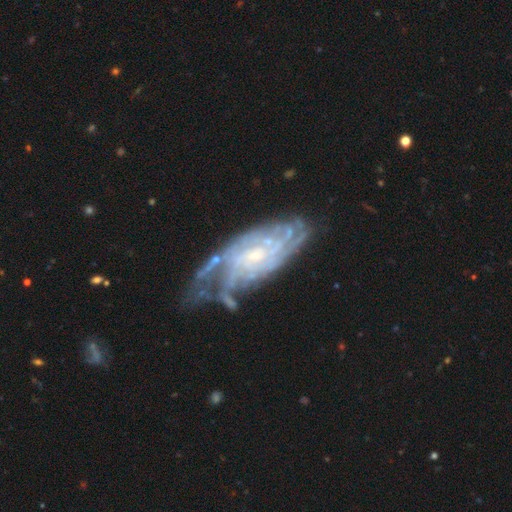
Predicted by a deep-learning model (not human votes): This appears to be a featured or disk galaxy (85%) with no bar (57%), tight (65%) spiral arms (93%) and a small central bulge (67%). Merging: none (48%).